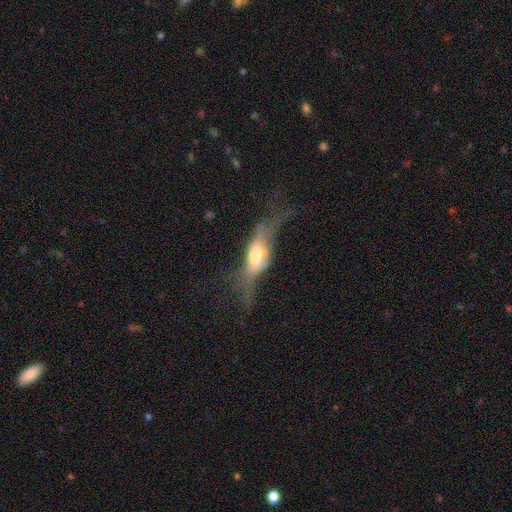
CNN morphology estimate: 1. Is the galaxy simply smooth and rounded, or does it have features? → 53% featured or disk, 38% smooth, 9% star or artifact.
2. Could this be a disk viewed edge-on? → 51% yes, 49% no.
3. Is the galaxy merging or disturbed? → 50% major disturbance, 25% none, 19% minor disturbance, 5% merger.